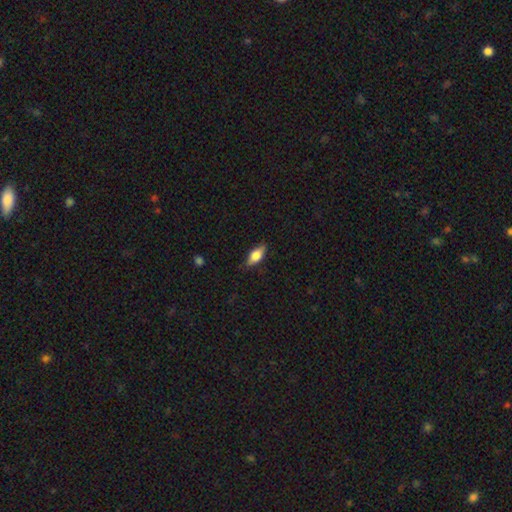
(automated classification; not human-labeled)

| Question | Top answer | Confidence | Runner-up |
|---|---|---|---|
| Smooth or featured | smooth | 74% | featured or disk (20%) |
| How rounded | in between | 82% | cigar-shaped (15%) |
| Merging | none | 82% | minor disturbance (14%) |